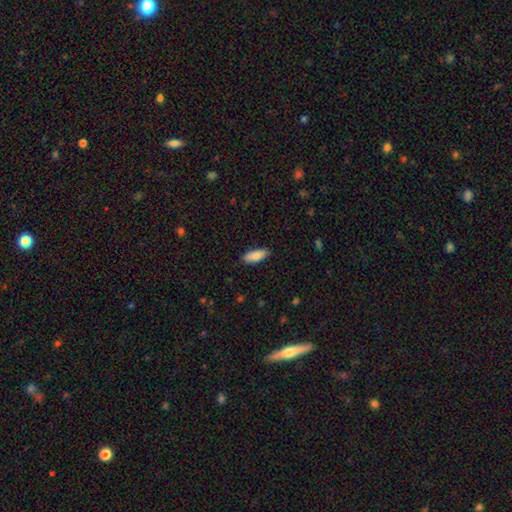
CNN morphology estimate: Overall: smooth (85%). How rounded: in between (75%). Merging: none (87%).